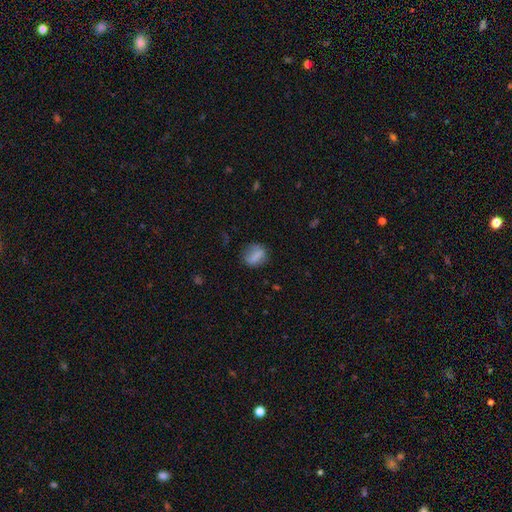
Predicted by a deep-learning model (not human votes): Smooth or featured? Predicted: smooth (p=0.71). How rounded? Predicted: round (p=0.52). Merging? Predicted: none (p=0.71).